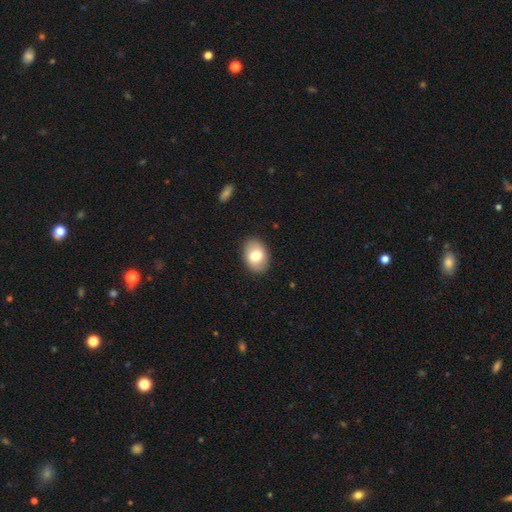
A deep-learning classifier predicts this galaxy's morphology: Overall: smooth (75%). How rounded: in between (82%). Merging: none (88%).